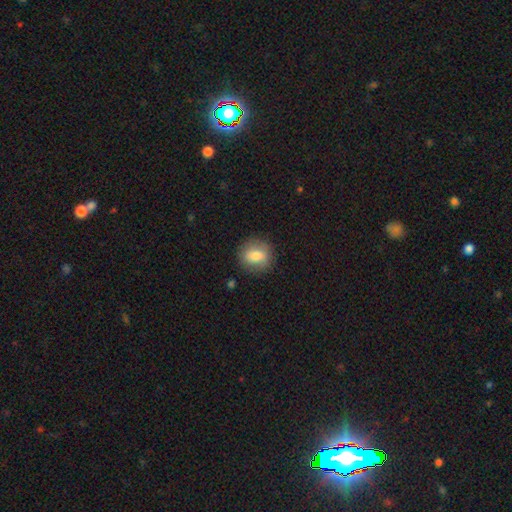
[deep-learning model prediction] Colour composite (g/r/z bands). It shows a smooth galaxy with no disk features (76%) that is round (73%). Merging: none (85%).